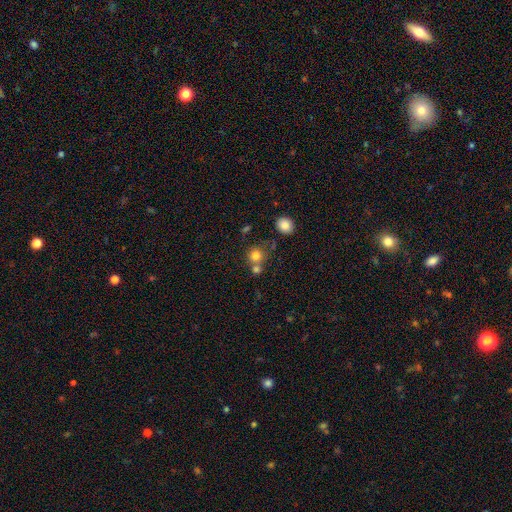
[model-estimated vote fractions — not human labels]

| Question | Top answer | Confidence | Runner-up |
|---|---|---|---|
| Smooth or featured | smooth | 78% | star or artifact (13%) |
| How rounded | round | 88% | in between (11%) |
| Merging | none | 55% | merger (33%) |